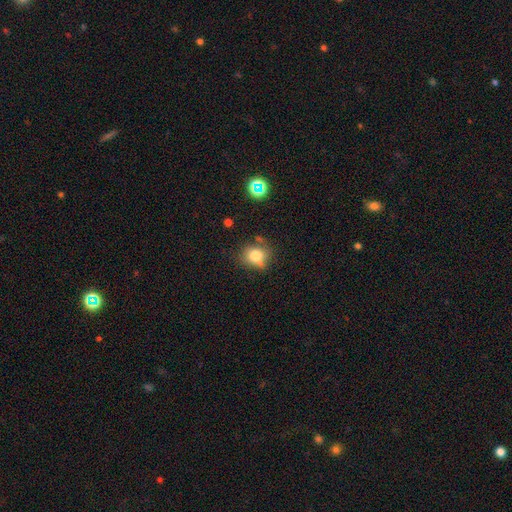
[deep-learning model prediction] A smooth galaxy with no disk features (75%) that is round (67%). Merging: none (60%).